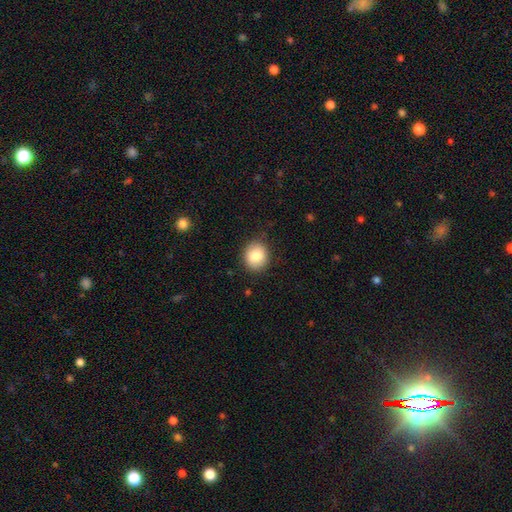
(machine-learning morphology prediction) Smooth or featured?
  - smooth: 84% *
  - star or artifact: 8%
  - featured or disk: 8%
How rounded?
  - round: 71% *
  - in between: 28%
  - cigar-shaped: 1%
Merging?
  - none: 86% *
  - minor disturbance: 10%
  - major disturbance: 3%
  - merger: 1%